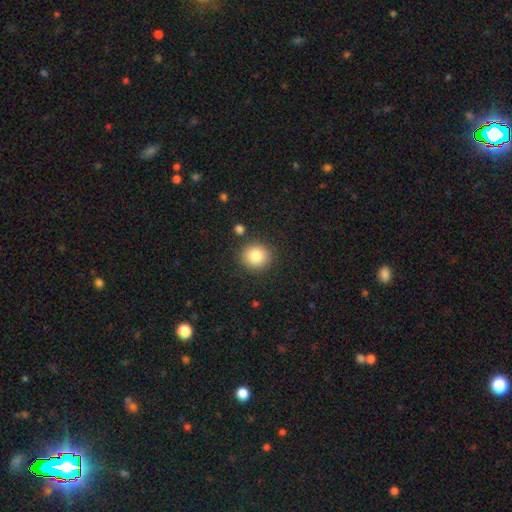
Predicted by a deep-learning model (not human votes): Smooth or featured? Predicted: smooth (p=0.85). How rounded? Predicted: round (p=0.88). Merging? Predicted: none (p=0.87).